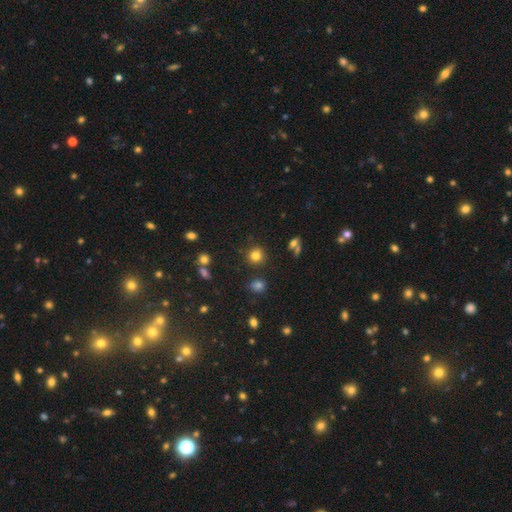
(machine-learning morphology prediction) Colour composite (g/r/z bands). It shows a smooth galaxy with no disk features (79%) that is round (90%). Merging: none (85%).